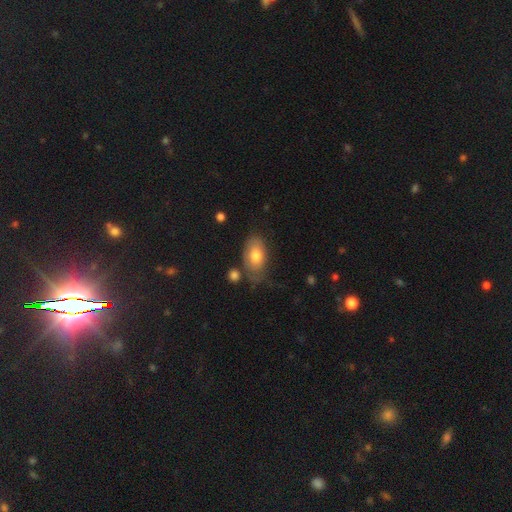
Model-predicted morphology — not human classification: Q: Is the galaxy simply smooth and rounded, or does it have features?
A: smooth — 72%.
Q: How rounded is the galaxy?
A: in between — 92%.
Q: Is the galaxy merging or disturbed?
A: none — 53%.